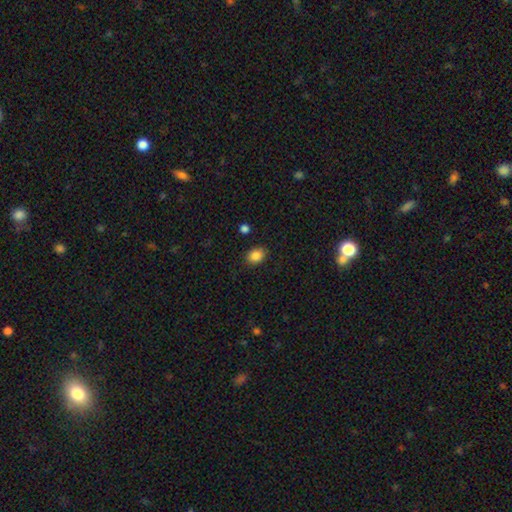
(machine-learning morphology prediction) A smooth galaxy with no disk features (86%) that is in between round and cigar-shaped (63%). Merging: none (86%).